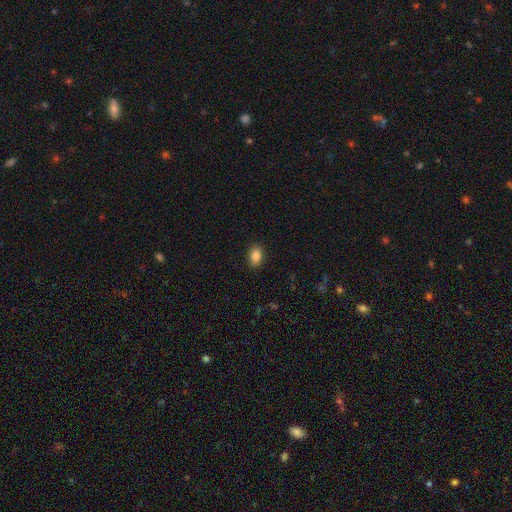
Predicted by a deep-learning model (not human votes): A smooth galaxy with no disk features (86%) that is in between round and cigar-shaped (86%).

Vote fractions:
- Smooth or featured? smooth: 86% / star or artifact: 9% / featured or disk: 5%
- How rounded? in between: 86% / round: 13% / cigar-shaped: 2%
- Merging? none: 88% / minor disturbance: 9% / major disturbance: 2% / merger: 1%